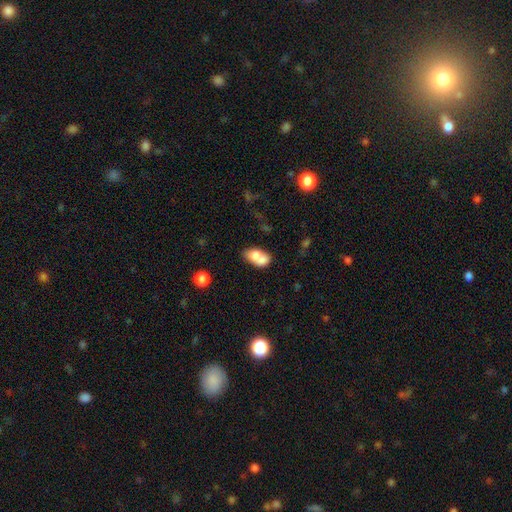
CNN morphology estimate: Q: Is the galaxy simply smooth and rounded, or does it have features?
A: smooth — 70%.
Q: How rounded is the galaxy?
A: in between — 78%.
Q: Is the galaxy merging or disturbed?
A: merger — 60%.